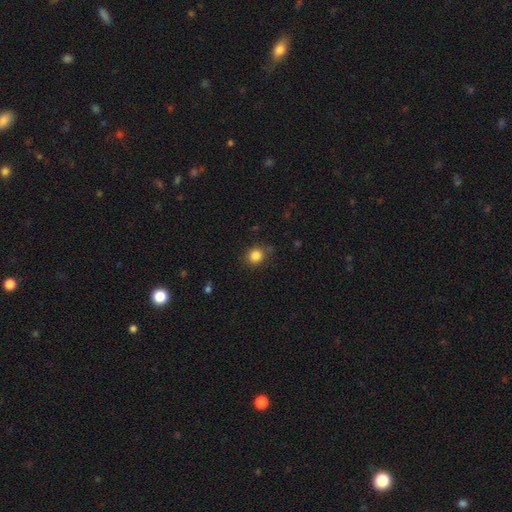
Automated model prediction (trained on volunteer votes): This appears to be a smooth galaxy with no disk features (84%) that is round (78%). Merging: none (79%).